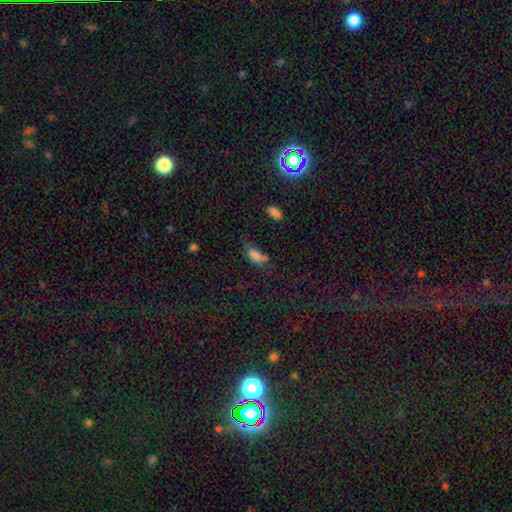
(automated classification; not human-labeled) Smooth or featured? smooth (75%)
How rounded? in between (84%)
Merging? none (42%)